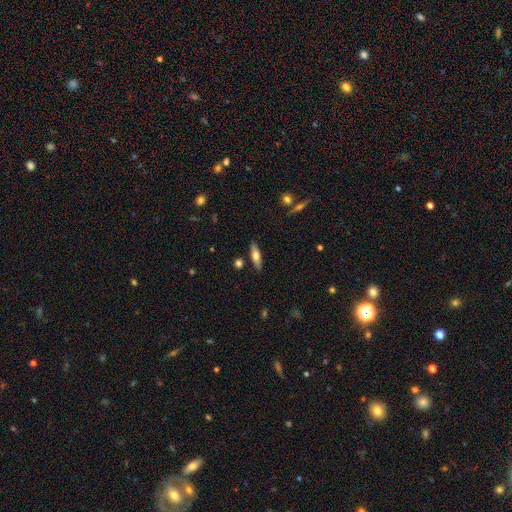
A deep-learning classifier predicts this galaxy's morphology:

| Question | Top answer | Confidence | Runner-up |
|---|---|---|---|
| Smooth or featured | smooth | 59% | featured or disk (34%) |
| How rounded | cigar-shaped | 53% | in between (45%) |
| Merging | none | 86% | minor disturbance (9%) |